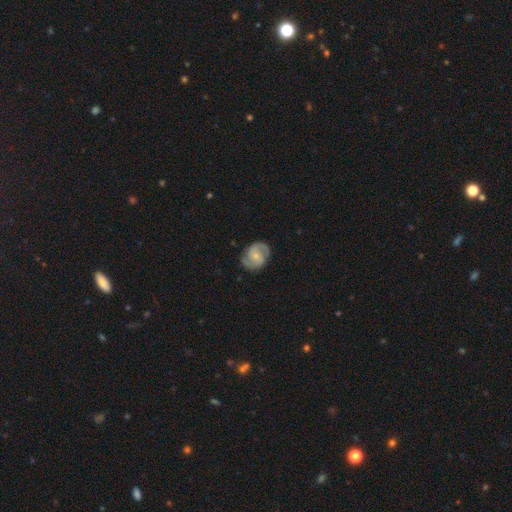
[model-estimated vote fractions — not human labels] Morphology: type=featured or disk (79%); edge-on=no (98%); bar=no (51%); spiral arms=yes (95%); winding=medium (53%); arm count=2 (89%); bulge=small (61%); merging=none (80%).